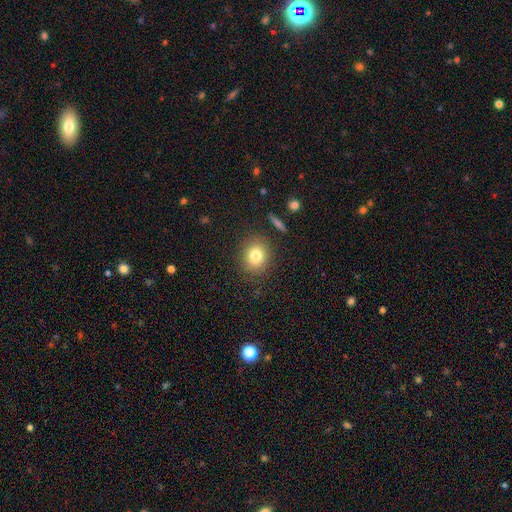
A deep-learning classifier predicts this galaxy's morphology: Smooth or featured? Predicted: smooth (p=0.79). How rounded? Predicted: round (p=0.70). Merging? Predicted: none (p=0.85).